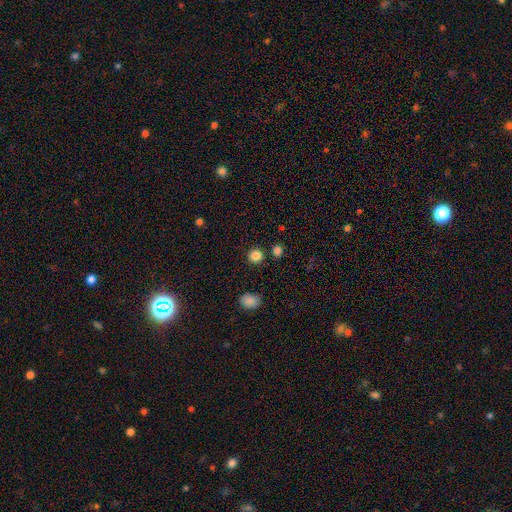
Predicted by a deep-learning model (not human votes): Smooth or featured? smooth (85%)
How rounded? round (91%)
Merging? none (86%)